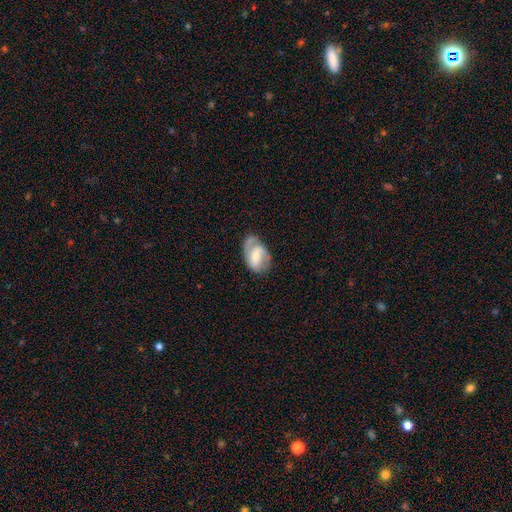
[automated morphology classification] smooth_or_featured: featured or disk (p=0.65) [alt: smooth p=0.29]
disk_edge_on: no (p=0.97) [alt: yes p=0.03]
bar: weak (p=0.45) [alt: no p=0.36]
has_spiral_arms: yes (p=0.87) [alt: no p=0.13]
spiral_winding: medium (p=0.46) [alt: tight p=0.30]
spiral_arm_count: 2 (p=0.66) [alt: 1 p=0.15]
bulge_size: moderate (p=0.46) [alt: small p=0.44]
merging: none (p=0.58) [alt: minor disturbance p=0.27]